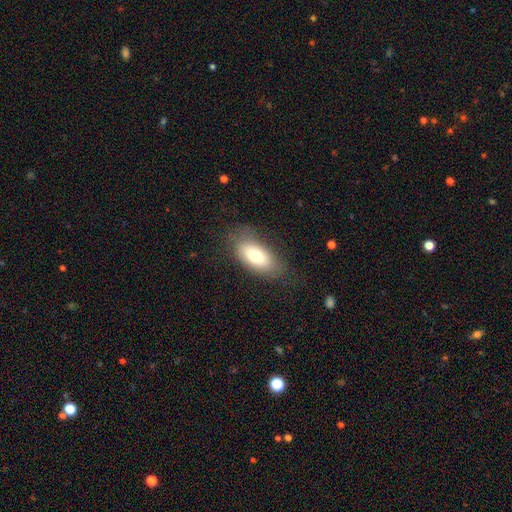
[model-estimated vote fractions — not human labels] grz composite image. It shows a smooth galaxy with no disk features (73%) that is in between round and cigar-shaped (91%). Merging: none (74%).